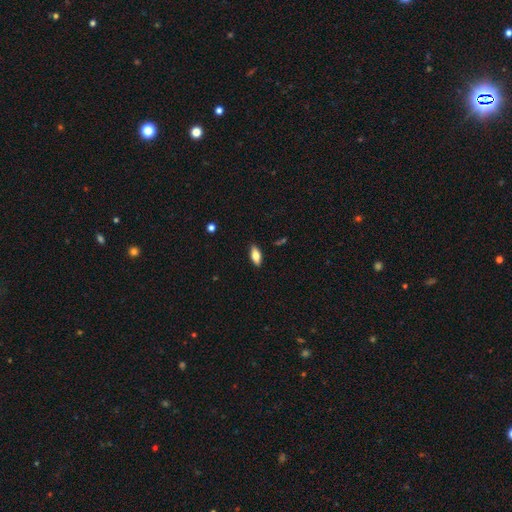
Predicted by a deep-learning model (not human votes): smooth 74%, featured or disk 19%, star or artifact 7%. Down the decision tree: how rounded — in between (83%); merging — none (87%).